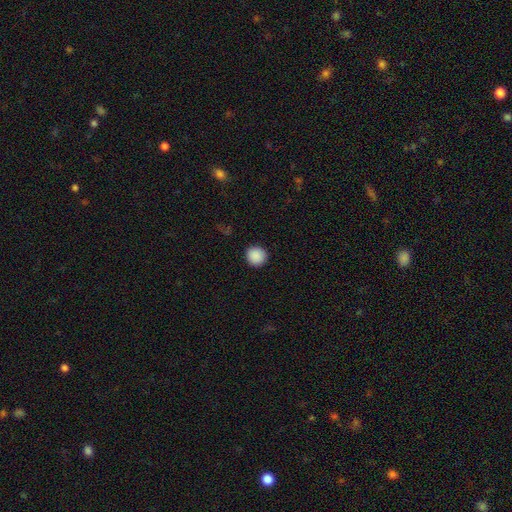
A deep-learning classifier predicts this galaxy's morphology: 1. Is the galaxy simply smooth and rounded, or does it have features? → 90% smooth, 8% star or artifact, 2% featured or disk.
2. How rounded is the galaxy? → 94% round, 5% in between, 1% cigar-shaped.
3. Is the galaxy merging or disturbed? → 92% none, 5% minor disturbance, 2% major disturbance, 1% merger.